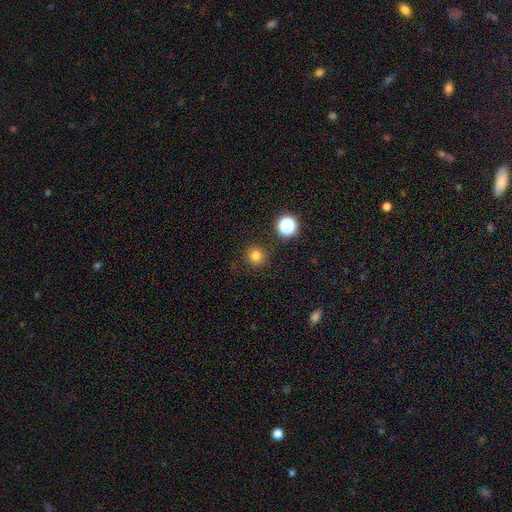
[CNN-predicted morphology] Q: Smooth or featured?
A: smooth (79%); runner-up: star or artifact (15%)
Q: How rounded?
A: round (95%); runner-up: in between (4%)
Q: Merging?
A: none (90%); runner-up: minor disturbance (6%)